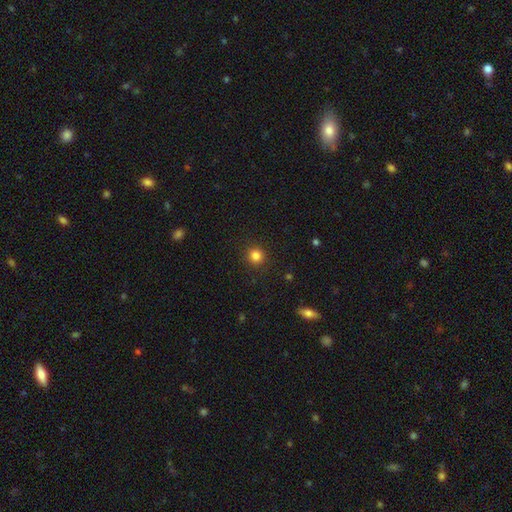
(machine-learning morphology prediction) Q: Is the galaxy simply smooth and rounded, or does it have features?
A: smooth — 84%.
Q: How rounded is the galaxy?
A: round — 93%.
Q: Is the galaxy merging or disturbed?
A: none — 91%.